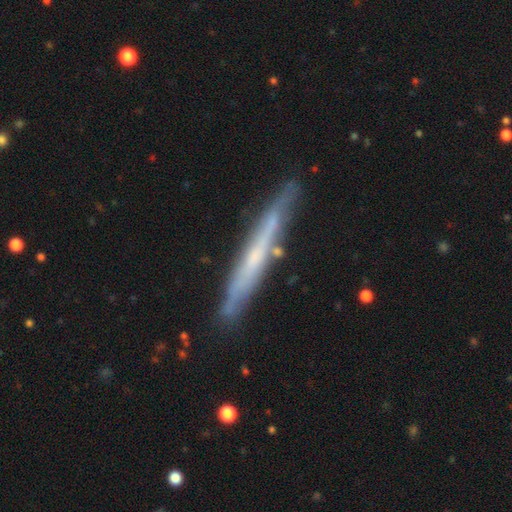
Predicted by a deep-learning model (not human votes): Morphology: type=featured or disk (61%); edge-on=yes (91%); edge-on bulge=none (74%); merging=none (81%).